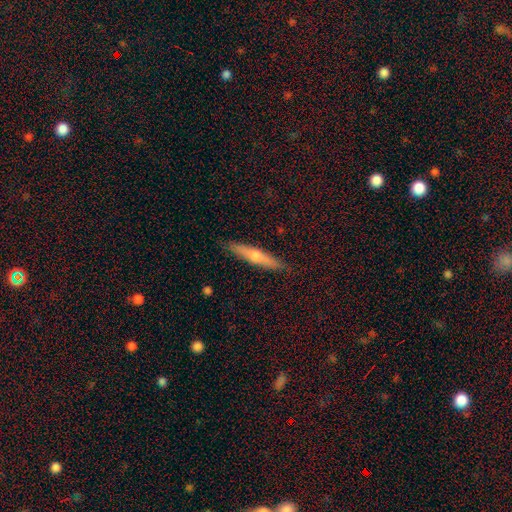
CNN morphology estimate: A featured or disk galaxy (55%) viewed edge-on (94%) with a rounded central bulge (83%).

Vote fractions:
- Smooth or featured? featured or disk: 55% / smooth: 37% / star or artifact: 8%
- Edge-on disk? yes: 94% / no: 6%
- Edge-on bulge? rounded: 83% / none: 13% / boxy: 3%
- Merging? none: 90% / minor disturbance: 8% / major disturbance: 1% / merger: 1%